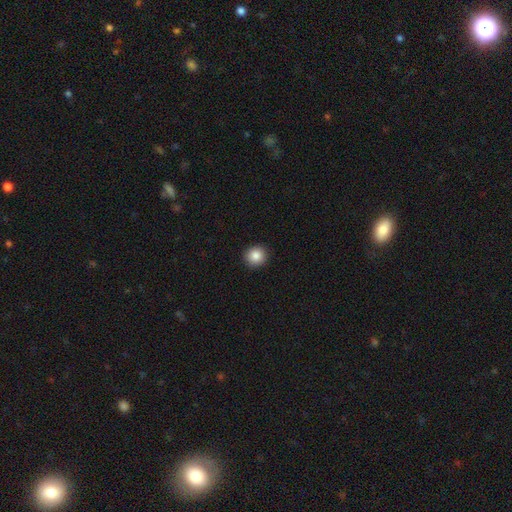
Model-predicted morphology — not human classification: The model was most divided on "smooth or featured": smooth: 86%, star or artifact: 9%, featured or disk: 4%. More confident: merging — none (92%); how rounded — round (91%).